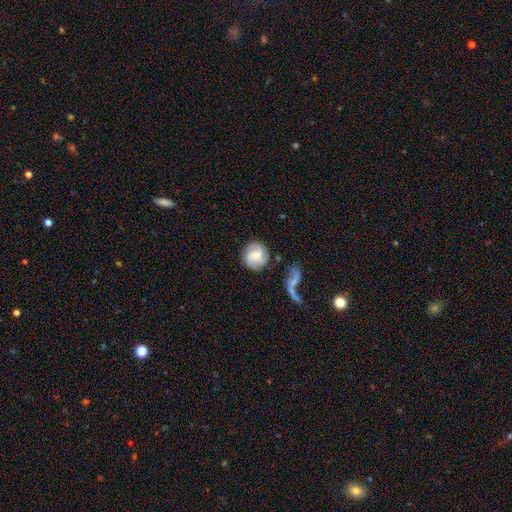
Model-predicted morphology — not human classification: type=featured or disk (73%); edge-on=no (97%); bar=no (52%); spiral arms=yes (94%); winding=medium (43%); arm count=2 (43%); bulge=moderate (51%); merging=none (72%).